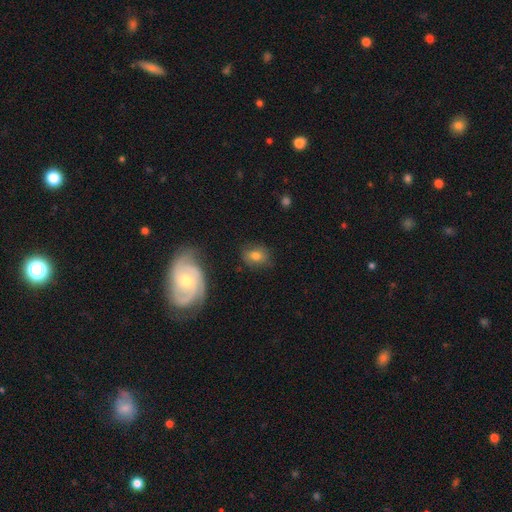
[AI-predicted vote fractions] Morphology: type=smooth (69%); roundness=in between (55%); merging=none (74%).